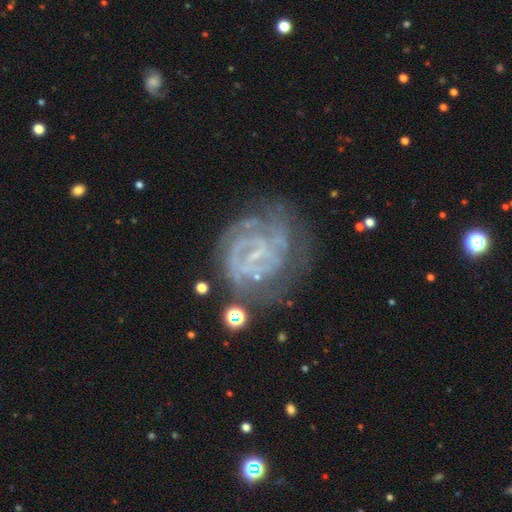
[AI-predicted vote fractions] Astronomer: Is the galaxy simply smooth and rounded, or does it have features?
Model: featured or disk — 80%.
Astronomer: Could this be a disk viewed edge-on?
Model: no — 98%.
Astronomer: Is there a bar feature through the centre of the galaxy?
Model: no — 41%, tied with weak at 41%.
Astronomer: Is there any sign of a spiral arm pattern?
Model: yes — 84%.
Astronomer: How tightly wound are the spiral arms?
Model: tight — 64%.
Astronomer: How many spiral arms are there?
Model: can't tell — 39% (runner-up: 2, 25%).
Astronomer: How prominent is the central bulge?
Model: small — 49% (runner-up: none, 43%).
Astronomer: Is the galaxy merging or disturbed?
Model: none — 56%.